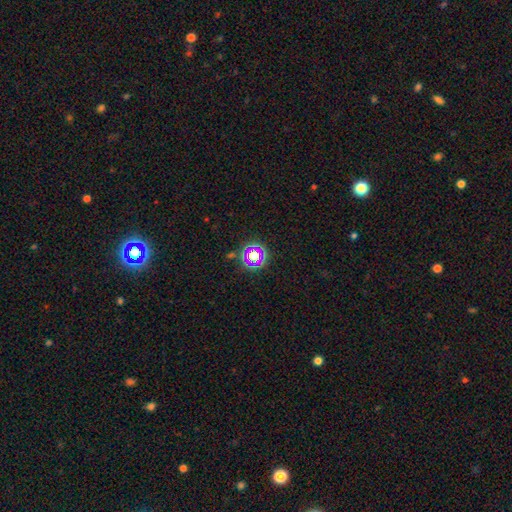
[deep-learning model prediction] Smooth or featured? star or artifact (59%)